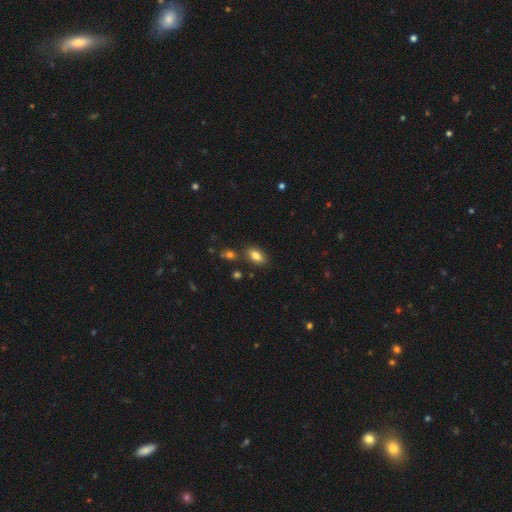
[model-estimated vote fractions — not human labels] Overall: smooth (83%). How rounded: in between (90%). Merging: none (79%).